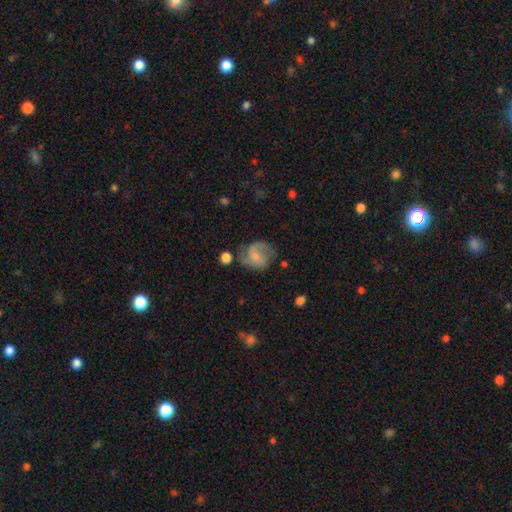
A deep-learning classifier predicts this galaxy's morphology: type=featured or disk (57%); edge-on=no (98%); bar=no (48%); spiral arms=yes (87%); bulge=small (52%); merging=none (56%).